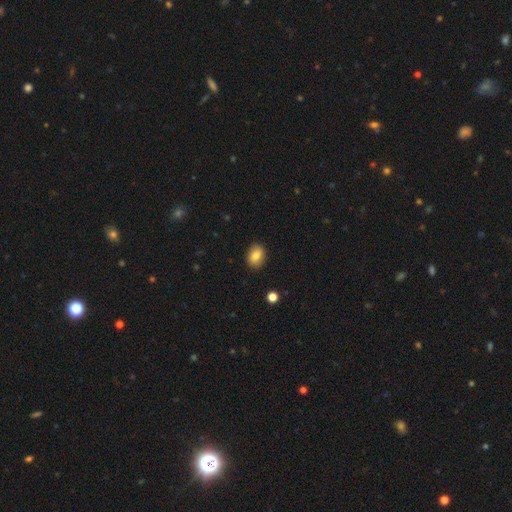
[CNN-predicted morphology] smooth_or_featured: smooth (p=0.83) [alt: featured or disk p=0.09]
how_rounded: in between (p=0.72) [alt: round p=0.27]
merging: none (p=0.87) [alt: minor disturbance p=0.10]